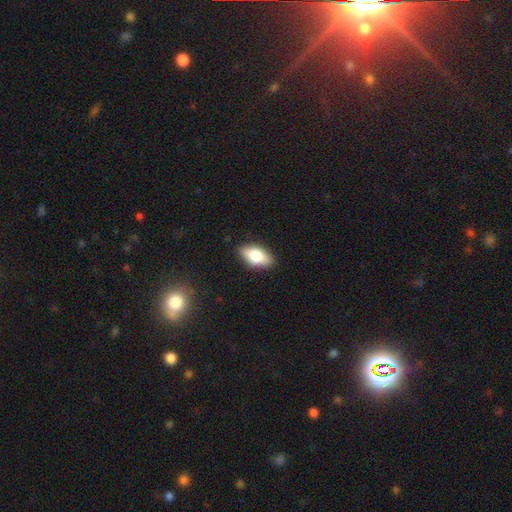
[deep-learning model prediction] This appears to be a smooth galaxy with no disk features (75%) that is in between round and cigar-shaped (89%). Merging: none (86%).